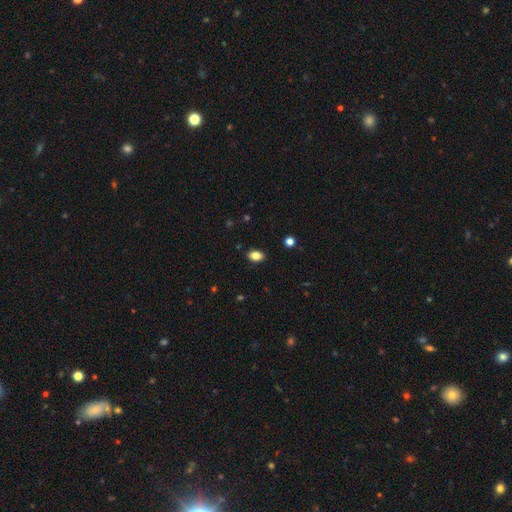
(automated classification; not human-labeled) smooth 84%, star or artifact 10%, featured or disk 6%. Down the decision tree: how rounded — in between (83%); merging — none (88%).